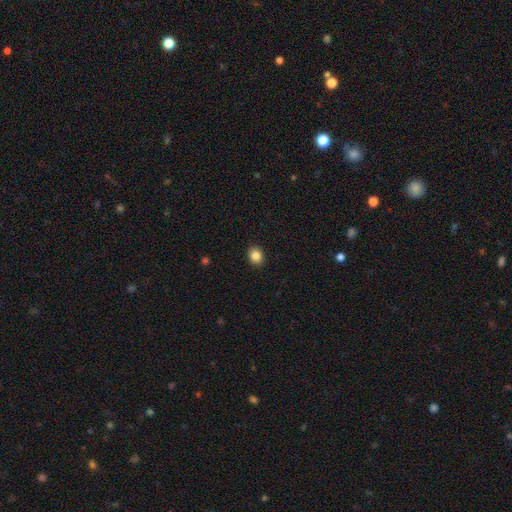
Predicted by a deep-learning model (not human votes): Smooth or featured: smooth — 85% (star or artifact — 10%)
How rounded: round — 57% (in between — 42%)
Merging: none — 91% (minor disturbance — 6%)